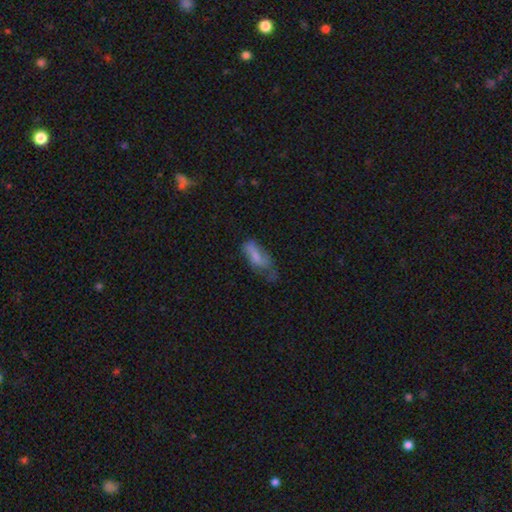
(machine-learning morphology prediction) Smooth or featured: smooth — 64% (featured or disk — 27%)
How rounded: in between — 75% (cigar-shaped — 23%)
Merging: minor disturbance — 35% (none — 33%)